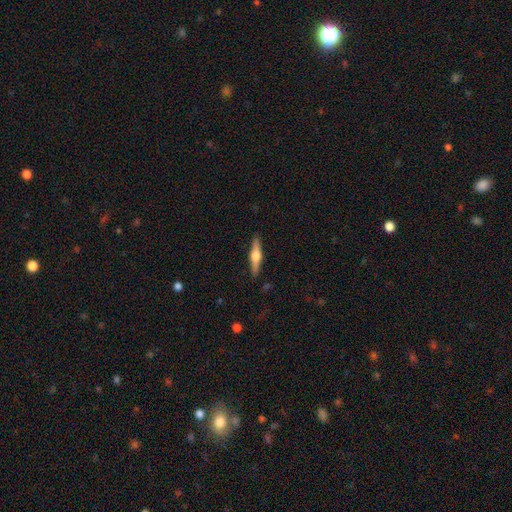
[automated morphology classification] Smooth or featured? featured or disk (66%)
Edge-on disk? yes (97%)
Edge-on bulge? rounded (94%)
Merging? none (90%)